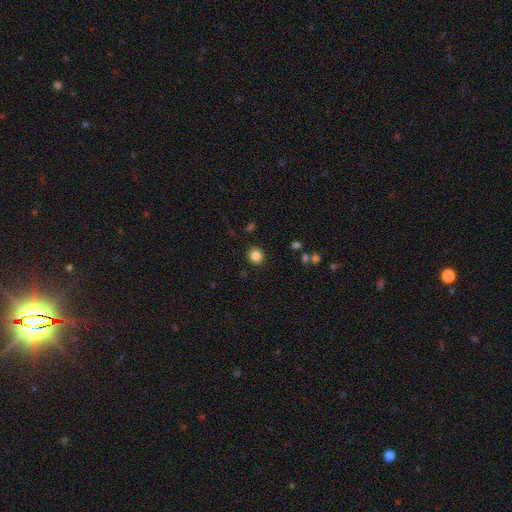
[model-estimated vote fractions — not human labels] smooth_or_featured: smooth (p=0.85) [alt: star or artifact p=0.11]
how_rounded: round (p=0.85) [alt: in between p=0.14]
merging: none (p=0.90) [alt: minor disturbance p=0.06]